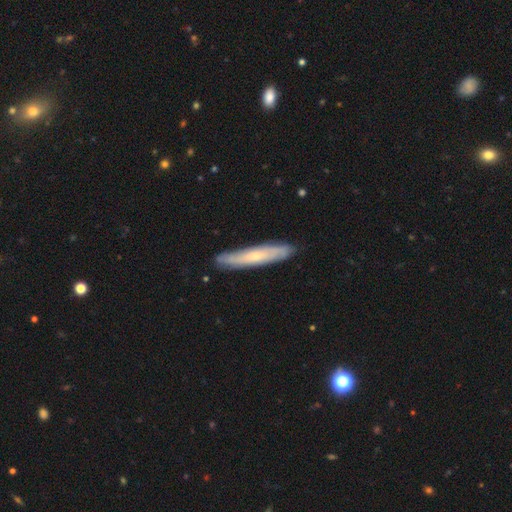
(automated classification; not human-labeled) A featured or disk galaxy (50%). Merging: none (85%).